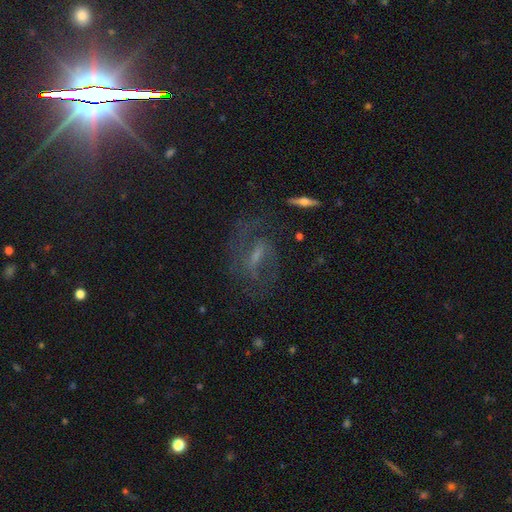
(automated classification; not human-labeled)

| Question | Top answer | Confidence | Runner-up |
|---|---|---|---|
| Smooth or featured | featured or disk | 63% | star or artifact (19%) |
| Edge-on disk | no | 87% | yes (13%) |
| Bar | weak | 43% | strong (40%) |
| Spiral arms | yes | 79% | no (21%) |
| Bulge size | small | 36% | moderate (29%) |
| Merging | none | 67% | minor disturbance (16%) |